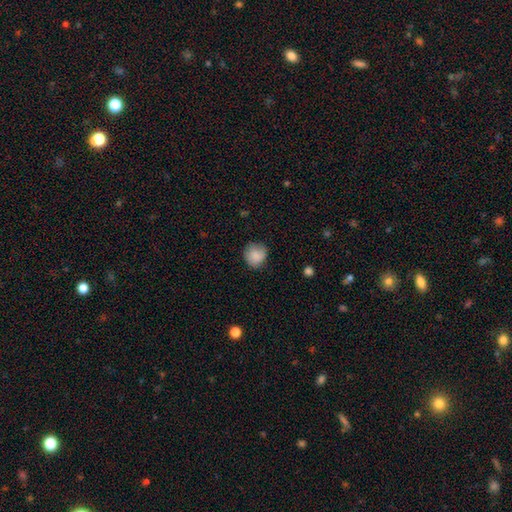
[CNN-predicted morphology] A smooth galaxy with no disk features (85%) that is round (86%). Merging: none (75%).